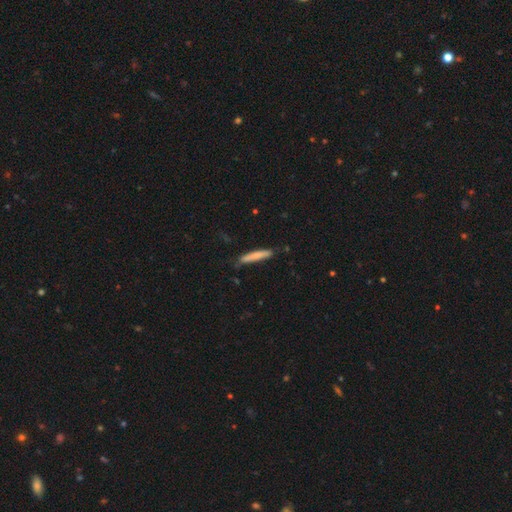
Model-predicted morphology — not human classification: smooth 75%, featured or disk 19%, star or artifact 6%. Down the decision tree: how rounded — cigar-shaped (93%); merging — none (80%).